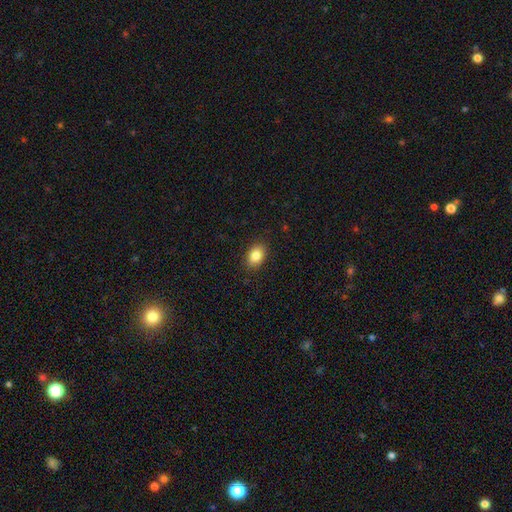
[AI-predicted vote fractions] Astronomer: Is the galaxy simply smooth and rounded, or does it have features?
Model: smooth — 85%.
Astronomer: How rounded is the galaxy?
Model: in between — 81%.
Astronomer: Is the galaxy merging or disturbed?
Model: none — 88%.